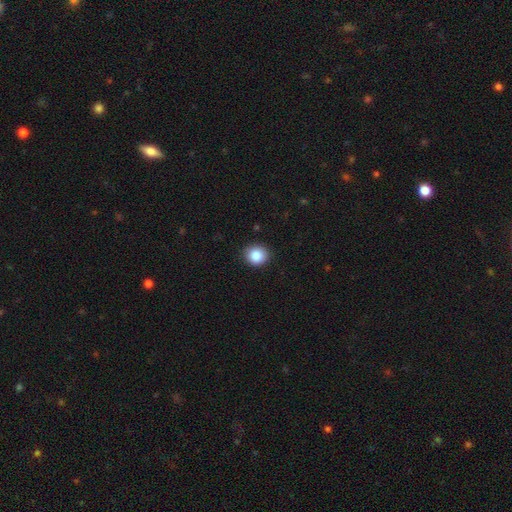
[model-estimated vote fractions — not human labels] The model was most divided on "how rounded": round: 82%, in between: 18%, cigar-shaped: 1%. More confident: merging — none (89%); smooth or featured — smooth (87%).